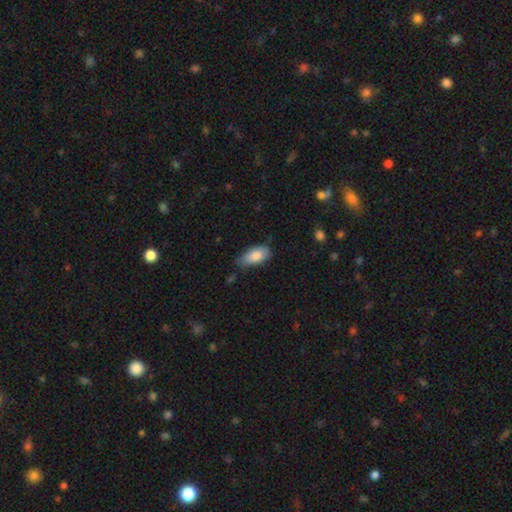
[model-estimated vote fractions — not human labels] smooth 83%, featured or disk 11%, star or artifact 6%. Down the decision tree: how rounded — in between (91%); merging — none (62%).